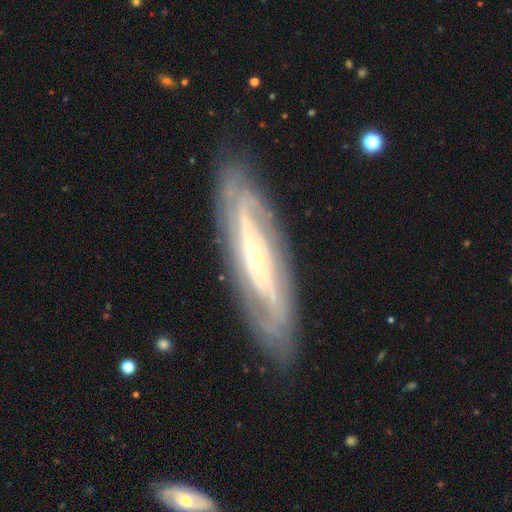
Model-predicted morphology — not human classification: Smooth or featured: featured or disk — 82% (smooth — 12%)
Edge-on disk: no — 77% (yes — 23%)
Bar: no — 61% (weak — 23%)
Spiral arms: yes — 87% (no — 13%)
Spiral winding: tight — 60% (medium — 30%)
Spiral arm count: can't tell — 42% (2 — 35%)
Bulge size: small — 76% (moderate — 20%)
Merging: none — 81% (minor disturbance — 13%)